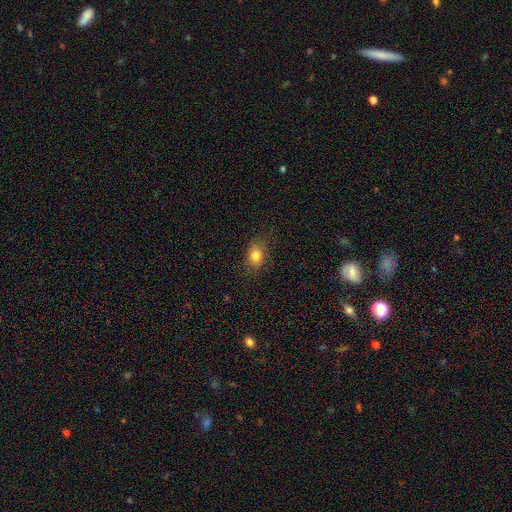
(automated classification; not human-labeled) Smooth or featured: smooth — 81% (star or artifact — 11%)
How rounded: in between — 64% (round — 34%)
Merging: none — 77% (minor disturbance — 17%)